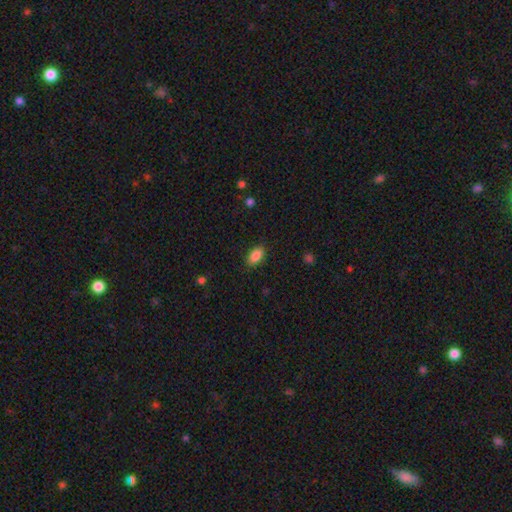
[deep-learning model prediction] Overall: smooth (87%). How rounded: in between (91%). Merging: none (86%).